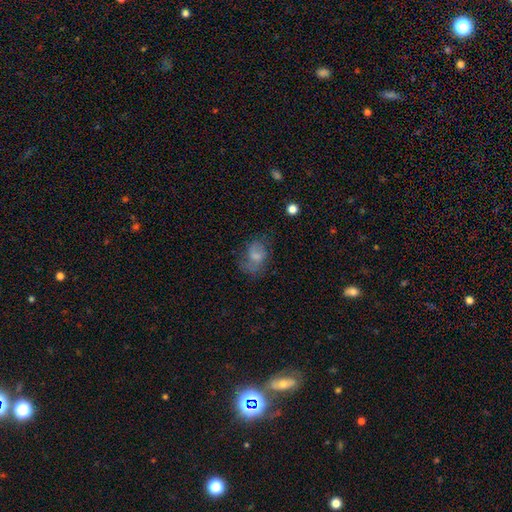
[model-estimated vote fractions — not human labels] This is possibly a smooth galaxy (57%). How rounded: likely in between (72%). Merging: possibly none (45%).